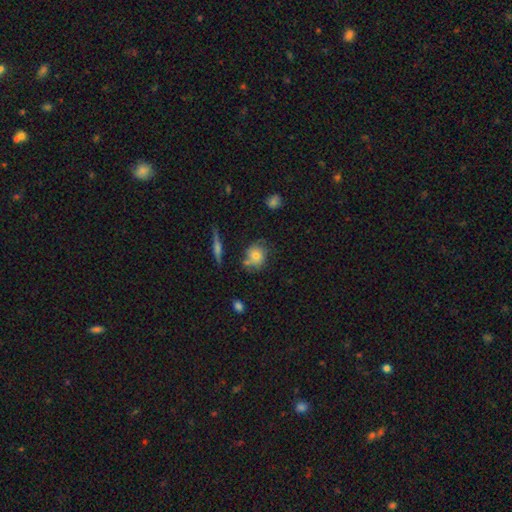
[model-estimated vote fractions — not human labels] Overall: smooth (58%; featured or disk 31%). How rounded: round (68%; in between 30%). Merging: none (55%; minor disturbance 25%).